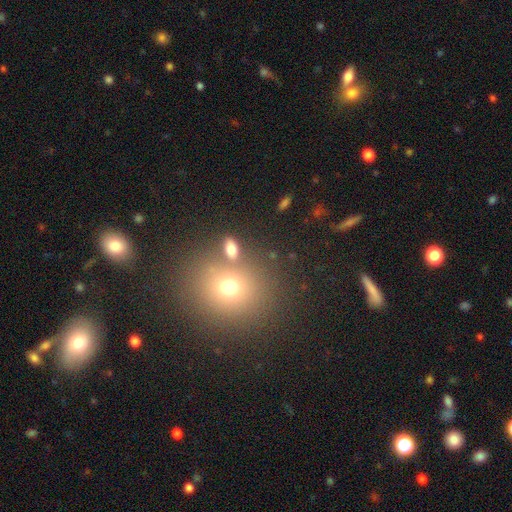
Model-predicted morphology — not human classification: type=smooth (58%); roundness=round (82%); merging=none (80%).